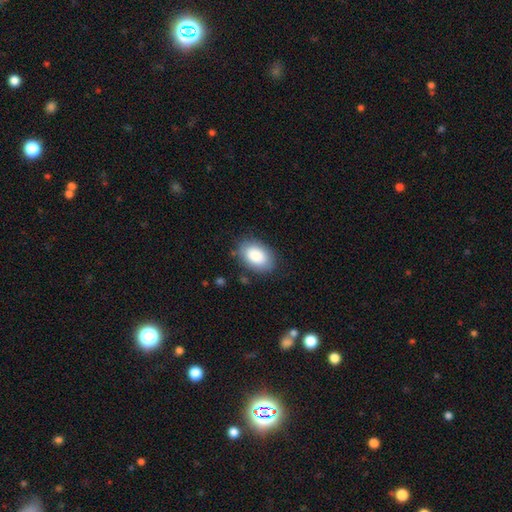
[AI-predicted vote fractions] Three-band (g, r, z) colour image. It shows a smooth galaxy with no disk features (86%) that is in between round and cigar-shaped (88%). Merging: none (82%).